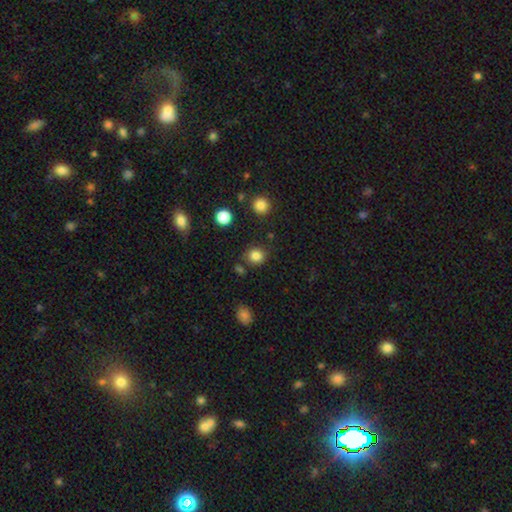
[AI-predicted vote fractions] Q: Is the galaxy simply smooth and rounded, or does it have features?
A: smooth — 83%.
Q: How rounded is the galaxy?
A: round — 86%.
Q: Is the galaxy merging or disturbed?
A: none — 83%.